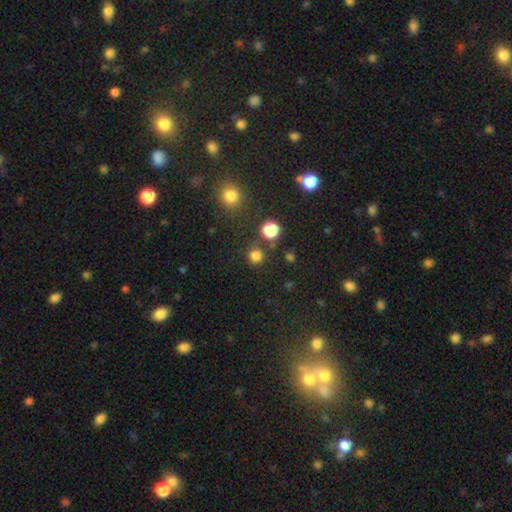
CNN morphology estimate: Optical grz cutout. It shows a smooth galaxy with no disk features (77%) that is round (92%). Merging: none (80%).